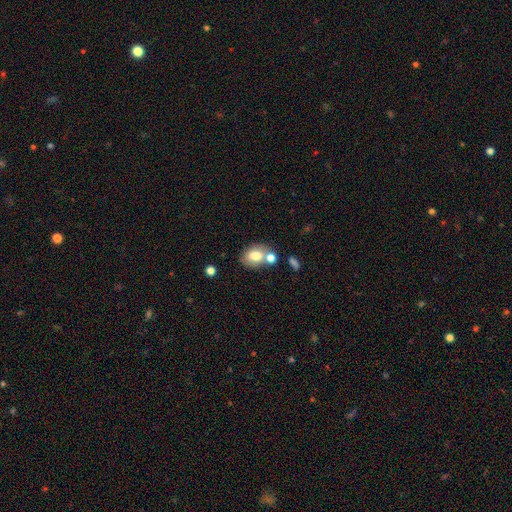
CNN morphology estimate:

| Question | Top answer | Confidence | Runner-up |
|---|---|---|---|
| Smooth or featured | smooth | 74% | featured or disk (16%) |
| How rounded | in between | 71% | round (28%) |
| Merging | none | 55% | merger (26%) |